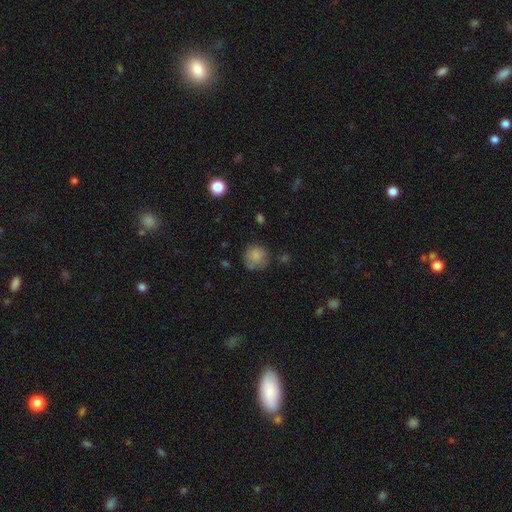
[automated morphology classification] Smooth or featured?
  - smooth: 81% *
  - star or artifact: 10%
  - featured or disk: 9%
How rounded?
  - round: 87% *
  - in between: 12%
  - cigar-shaped: 1%
Merging?
  - none: 64% *
  - minor disturbance: 23%
  - major disturbance: 8%
  - merger: 5%